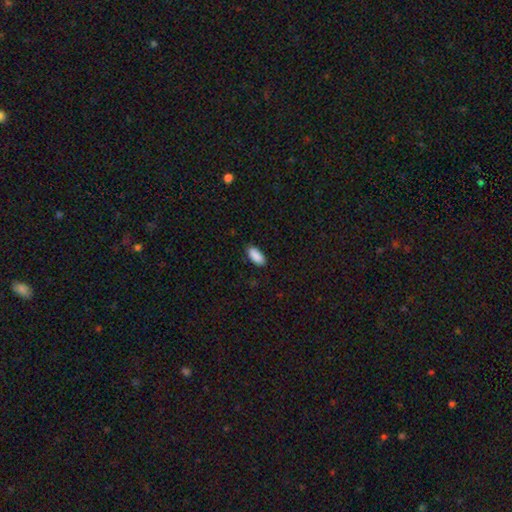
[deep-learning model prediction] Morphology: type=smooth (91%); roundness=in between (88%); merging=none (87%).